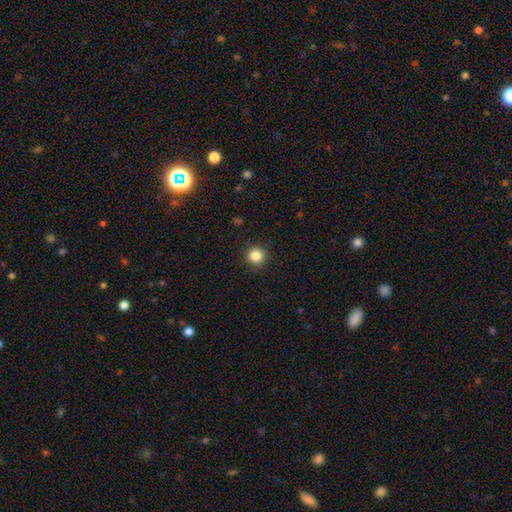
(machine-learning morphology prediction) A smooth galaxy with no disk features (85%) that is round (94%).

Vote fractions:
- Smooth or featured? smooth: 85% / star or artifact: 11% / featured or disk: 4%
- How rounded? round: 94% / in between: 5% / cigar-shaped: 1%
- Merging? none: 91% / minor disturbance: 6% / major disturbance: 2% / merger: 1%